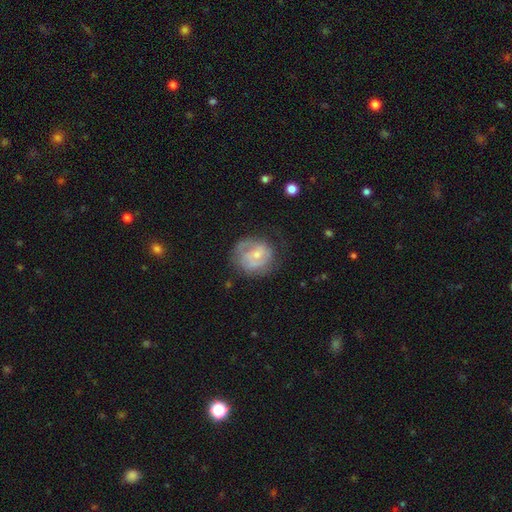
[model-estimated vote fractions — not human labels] This is possibly a featured or disk galaxy (58%). It is clearly not viewed edge-on (97%). Bar: likely no (63%). Spiral arm pattern: likely yes (66%). Central bulge: possibly small (59%). Merging: possibly none (57%).